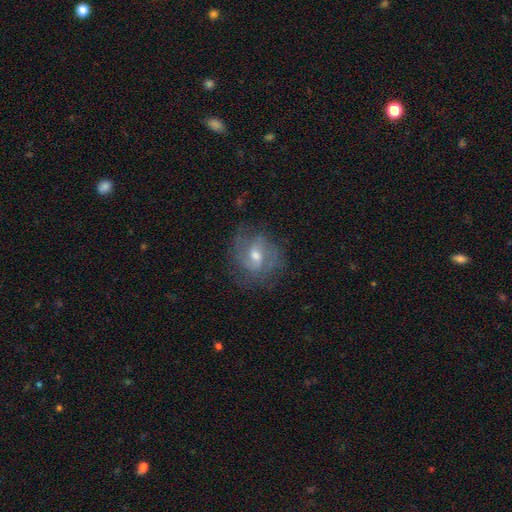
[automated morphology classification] The model was most divided on "bar": weak: 53%, no: 33%, strong: 14%. Remaining: edge-on disk — no (97%); spiral arms — yes (87%); smooth or featured — featured or disk (73%); merging — none (69%); bulge size — moderate (66%); spiral arm count — 2 (64%); spiral winding — medium (49%).